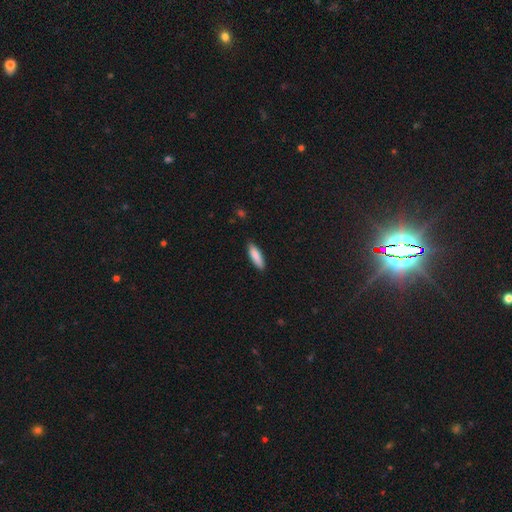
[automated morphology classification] smooth-or-featured: smooth: 87% | featured or disk: 7% | star or artifact: 6%
  how-rounded: cigar-shaped: 56% | in between: 42% | round: 1%
  merging: none: 86% | minor disturbance: 11% | major disturbance: 2% | merger: 1%